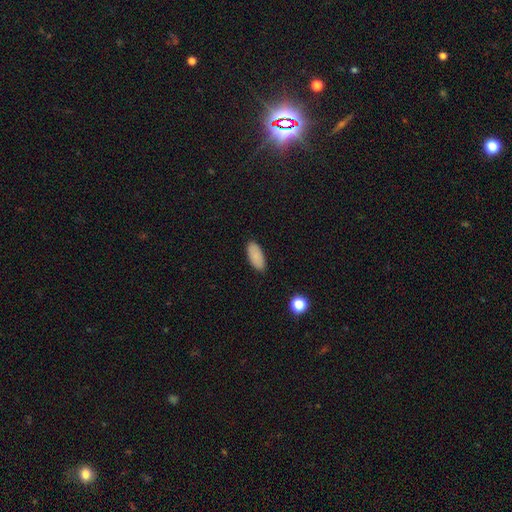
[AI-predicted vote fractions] The model was most divided on "merging": none: 86%, minor disturbance: 10%, major disturbance: 2%, merger: 1%. More confident: how rounded — in between (89%); smooth or featured — smooth (86%).